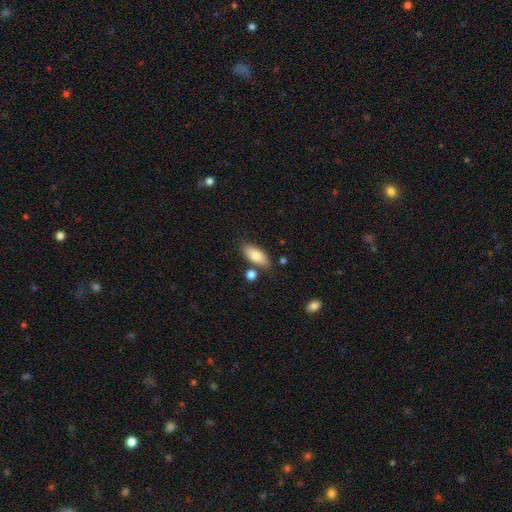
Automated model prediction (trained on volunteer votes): Q: Smooth or featured?
A: smooth (78%); runner-up: featured or disk (16%)
Q: How rounded?
A: in between (82%); runner-up: cigar-shaped (15%)
Q: Merging?
A: none (79%); runner-up: minor disturbance (12%)